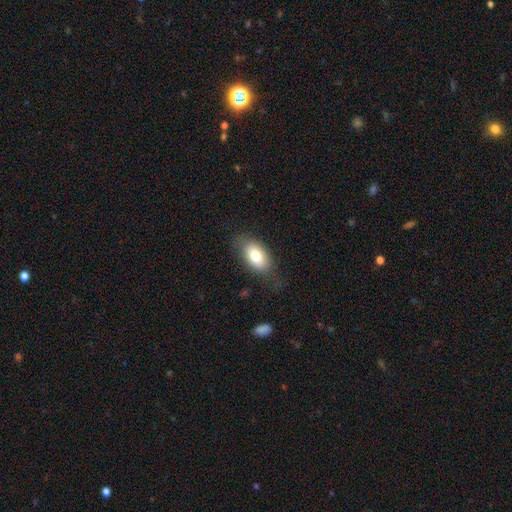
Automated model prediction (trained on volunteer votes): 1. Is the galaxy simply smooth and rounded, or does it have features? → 77% smooth, 15% featured or disk, 8% star or artifact.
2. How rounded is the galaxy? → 91% in between, 7% round, 3% cigar-shaped.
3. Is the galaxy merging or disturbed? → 71% none, 20% minor disturbance, 8% major disturbance, 1% merger.